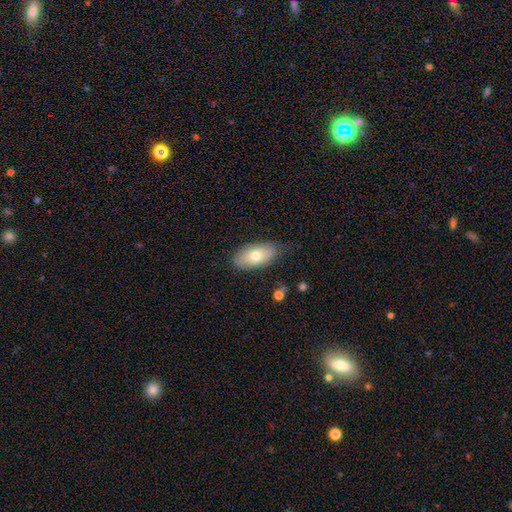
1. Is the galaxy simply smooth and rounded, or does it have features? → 75% smooth, 22% featured or disk, 3% star or artifact.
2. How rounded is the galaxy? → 93% in between, 4% round, 4% cigar-shaped.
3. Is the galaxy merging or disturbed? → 74% none, 26% minor disturbance, 0% major disturbance, 0% merger.